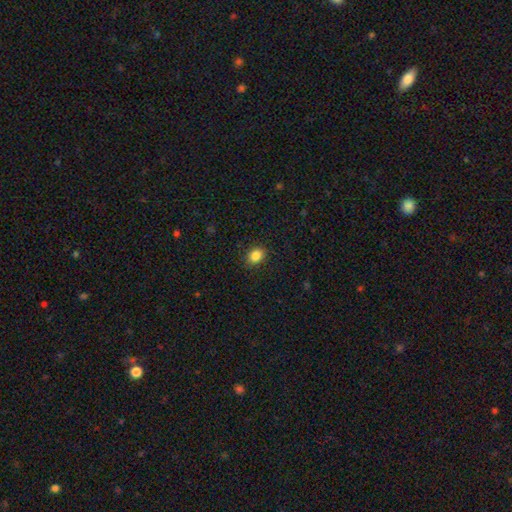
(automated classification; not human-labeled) Smooth or featured? Predicted: smooth (p=0.86). How rounded? Predicted: in between (p=0.61). Merging? Predicted: none (p=0.89).